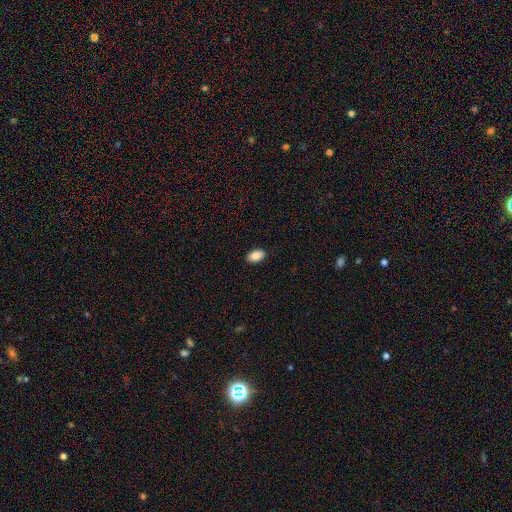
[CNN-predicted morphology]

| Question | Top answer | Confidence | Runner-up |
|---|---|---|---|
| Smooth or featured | smooth | 86% | star or artifact (7%) |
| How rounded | in between | 92% | round (7%) |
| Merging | none | 90% | minor disturbance (8%) |